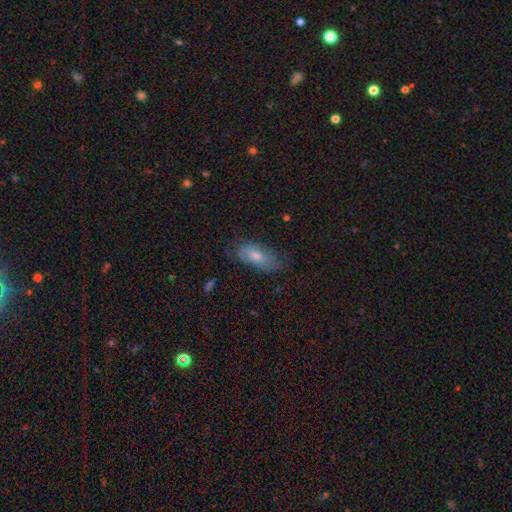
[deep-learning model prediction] smooth_or_featured: smooth (p=0.61) [alt: featured or disk p=0.31]
how_rounded: in between (p=0.83) [alt: cigar-shaped p=0.14]
merging: none (p=0.65) [alt: minor disturbance p=0.26]